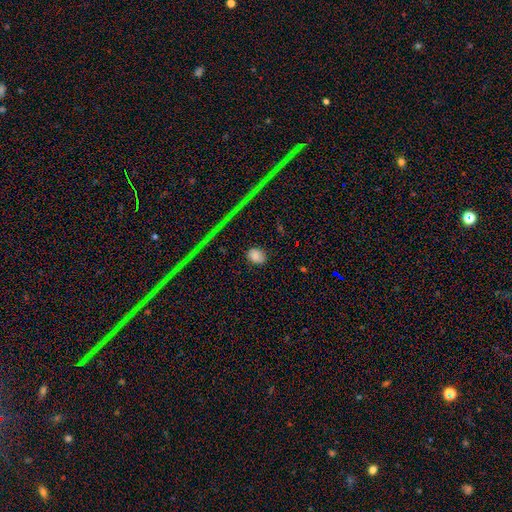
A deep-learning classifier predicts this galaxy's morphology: The model was most divided on "how rounded": round: 50%, in between: 49%, cigar-shaped: 2%. More confident: merging — none (82%); smooth or featured — smooth (80%).